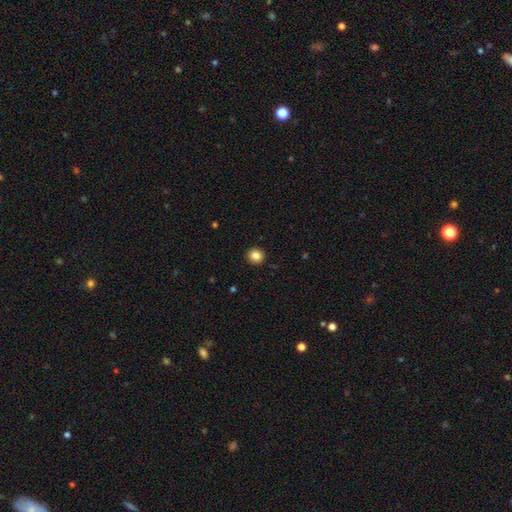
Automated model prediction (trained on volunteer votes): smooth_or_featured: smooth (p=0.85) [alt: star or artifact p=0.10]
how_rounded: round (p=0.90) [alt: in between p=0.09]
merging: none (p=0.92) [alt: minor disturbance p=0.05]